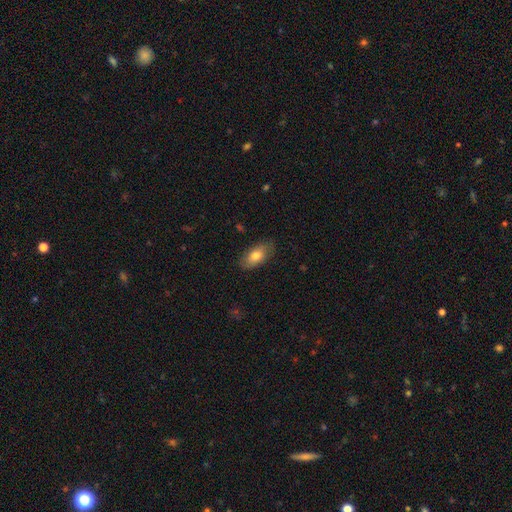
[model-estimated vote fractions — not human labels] Overall: smooth (76%). How rounded: in between (91%). Merging: none (82%).